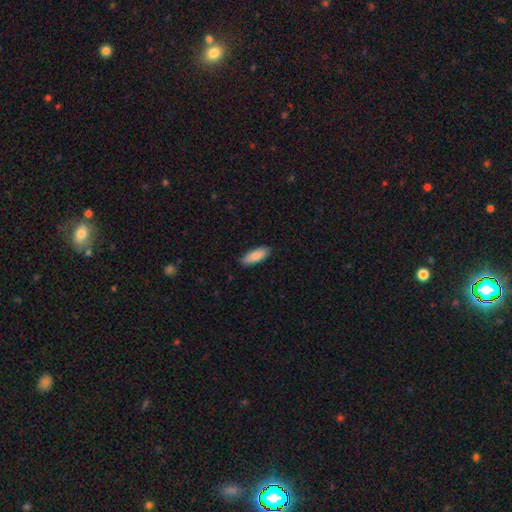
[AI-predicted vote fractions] Q: Smooth or featured?
A: smooth (87%); runner-up: featured or disk (8%)
Q: How rounded?
A: in between (73%); runner-up: cigar-shaped (26%)
Q: Merging?
A: none (87%); runner-up: minor disturbance (10%)